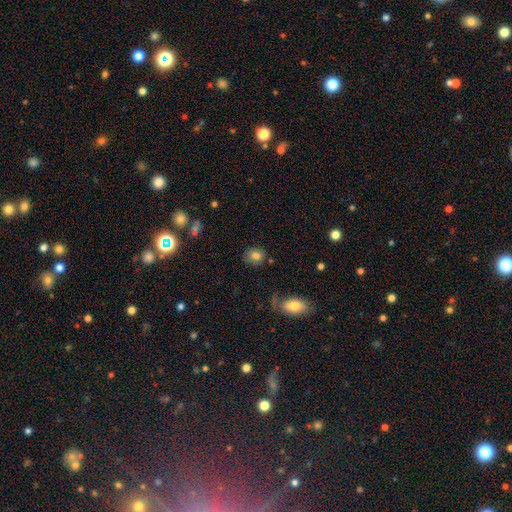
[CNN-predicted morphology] smooth_or_featured: smooth (p=0.80) [alt: featured or disk p=0.10]
how_rounded: round (p=0.65) [alt: in between p=0.34]
merging: none (p=0.75) [alt: minor disturbance p=0.16]